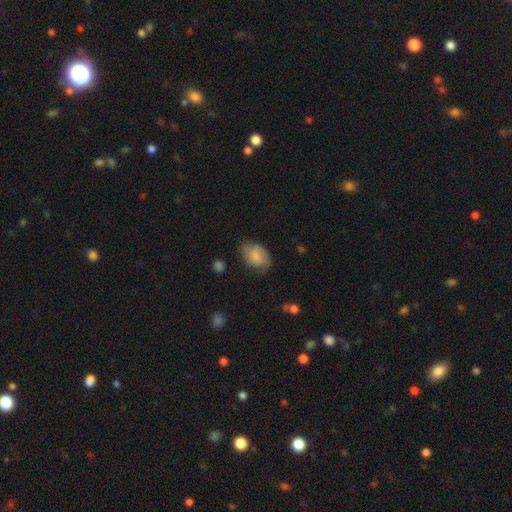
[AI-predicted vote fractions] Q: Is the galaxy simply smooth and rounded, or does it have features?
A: smooth — 70%.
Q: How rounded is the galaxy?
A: in between — 84%.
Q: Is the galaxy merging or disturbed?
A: none — 64%.